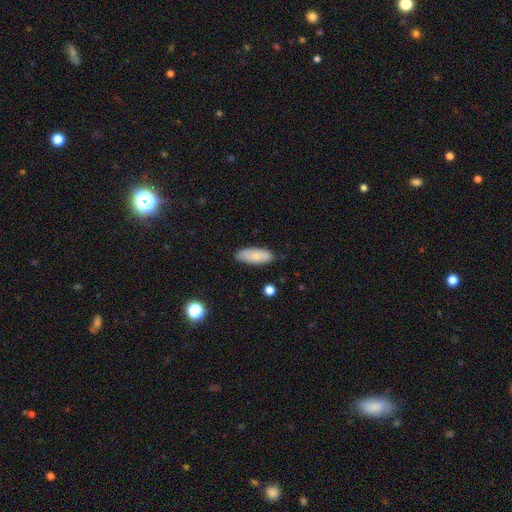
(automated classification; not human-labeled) Morphology: type=smooth (80%); roundness=in between (78%); merging=none (80%).